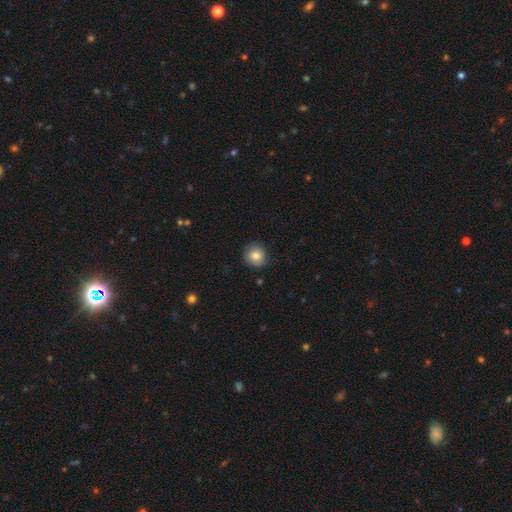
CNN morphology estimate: type=smooth (82%); roundness=round (87%); merging=none (85%).